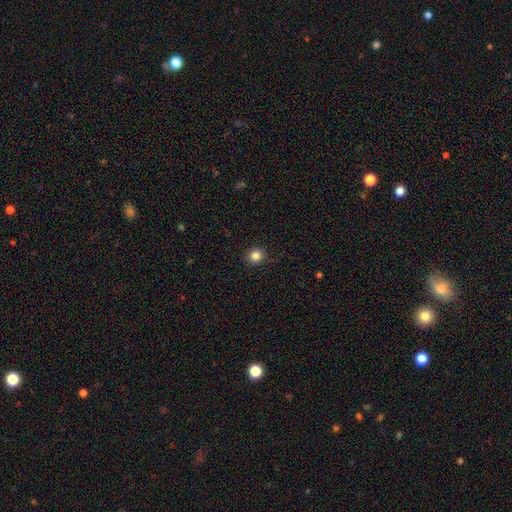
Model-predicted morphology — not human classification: Smooth or featured: smooth — 84% (star or artifact — 12%)
How rounded: round — 91% (in between — 8%)
Merging: none — 89% (minor disturbance — 8%)